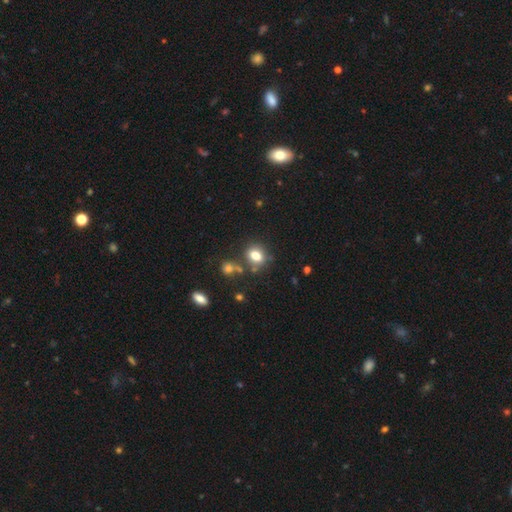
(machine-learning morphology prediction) A smooth galaxy with no disk features (78%) that is in between round and cigar-shaped (51%). Merging: none (69%).